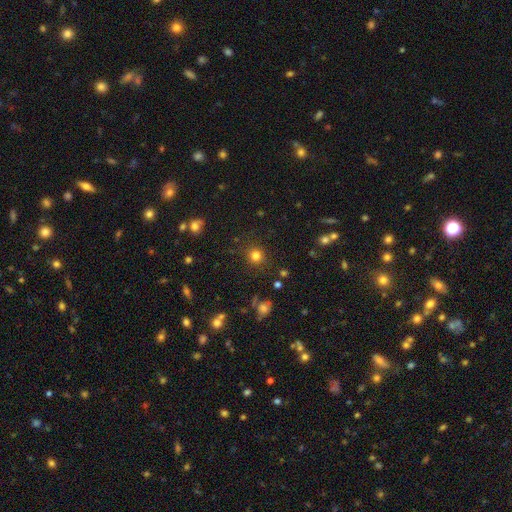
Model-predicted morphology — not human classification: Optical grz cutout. It shows a smooth galaxy with no disk features (80%) that is round (93%). Merging: none (88%).